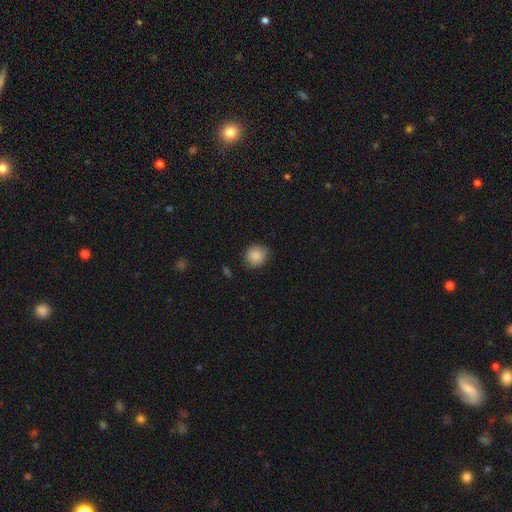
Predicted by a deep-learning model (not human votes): Q: Smooth or featured?
A: smooth (87%); runner-up: star or artifact (8%)
Q: How rounded?
A: round (81%); runner-up: in between (18%)
Q: Merging?
A: none (82%); runner-up: minor disturbance (14%)